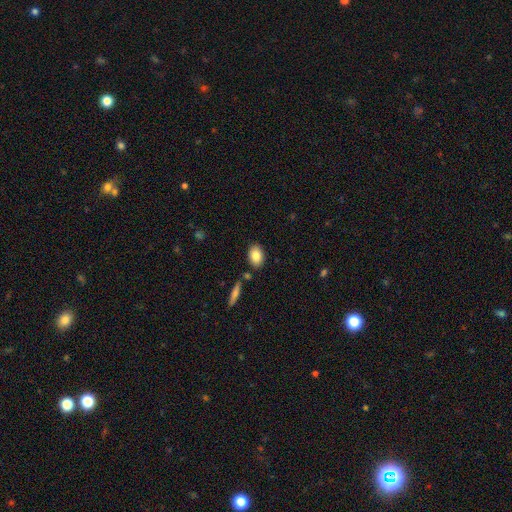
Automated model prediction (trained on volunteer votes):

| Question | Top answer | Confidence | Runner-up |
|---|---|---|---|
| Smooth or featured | smooth | 84% | featured or disk (9%) |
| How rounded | in between | 83% | round (15%) |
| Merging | none | 84% | minor disturbance (9%) |